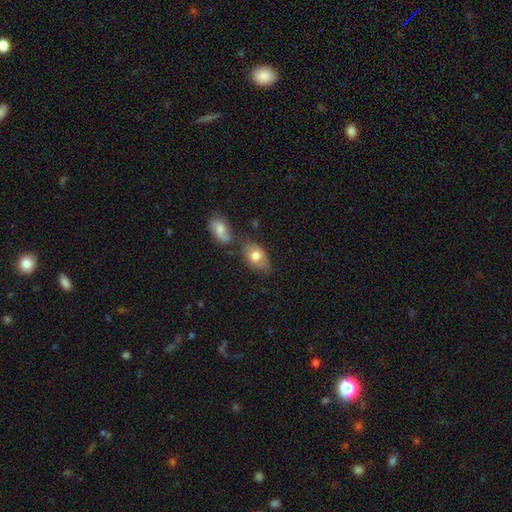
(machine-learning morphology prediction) smooth-or-featured: smooth: 73% | featured or disk: 19% | star or artifact: 7%
  how-rounded: in between: 88% | round: 11% | cigar-shaped: 2%
  merging: none: 61% | minor disturbance: 18% | merger: 16% | major disturbance: 5%